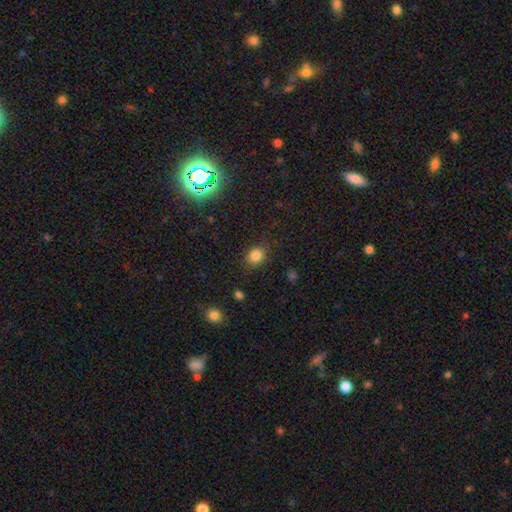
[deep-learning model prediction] Smooth or featured: smooth — 83% (star or artifact — 12%)
How rounded: round — 55% (in between — 43%)
Merging: none — 82% (minor disturbance — 13%)